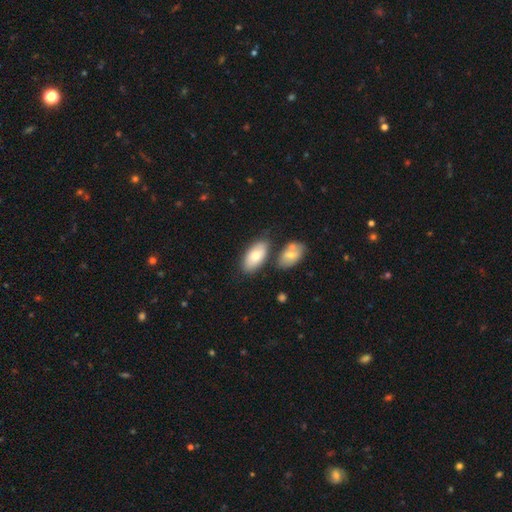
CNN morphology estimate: The model was most divided on "merging": none: 66%, merger: 19%, minor disturbance: 12%, major disturbance: 3%. More confident: how rounded — in between (92%); smooth or featured — smooth (74%).